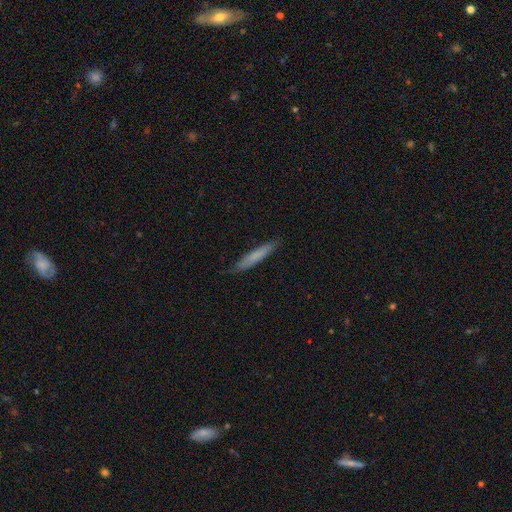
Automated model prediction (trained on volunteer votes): smooth 72%, featured or disk 22%, star or artifact 6%. Down the decision tree: how rounded — cigar-shaped (94%); merging — none (85%).